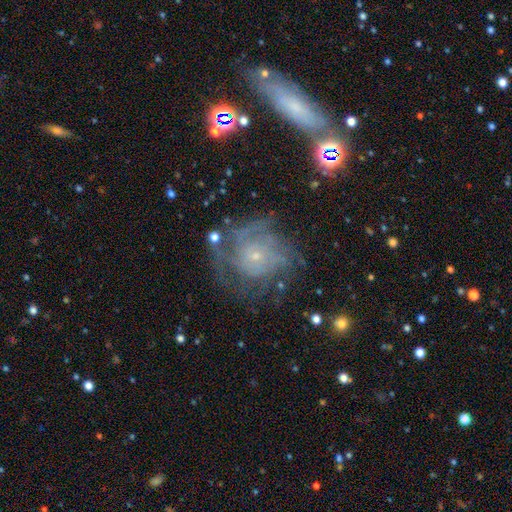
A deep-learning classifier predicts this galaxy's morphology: Smooth or featured?
  - featured or disk: 73% *
  - smooth: 14%
  - star or artifact: 12%
Edge-on disk?
  - no: 97% *
  - yes: 3%
Bar?
  - no: 81% *
  - weak: 15%
  - strong: 3%
Spiral arms?
  - yes: 86% *
  - no: 14%
Spiral winding?
  - tight: 59% *
  - medium: 30%
  - loose: 12%
Spiral arm count?
  - can't tell: 45% *
  - 3: 14%
  - 4: 14%
  - 2: 12%
  - more than 4: 8%
  - 1: 6%
Bulge size?
  - small: 81% *
  - moderate: 13%
  - none: 3%
  - large: 2%
  - dominant: 1%
Merging?
  - none: 60% *
  - minor disturbance: 19%
  - major disturbance: 18%
  - merger: 3%